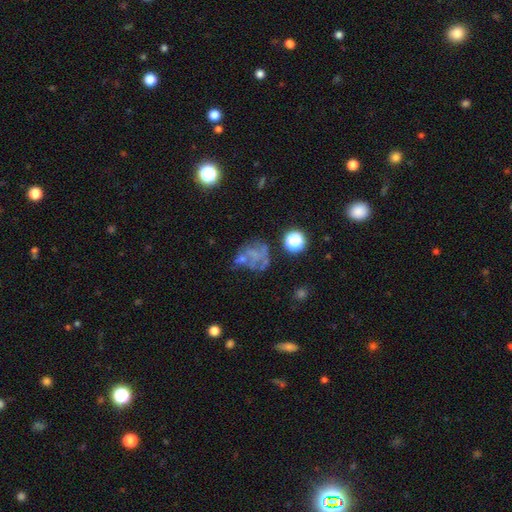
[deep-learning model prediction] Overall: featured or disk (50%; smooth 27%). Edge-on disk: no (98%). Merging: none (41%; major disturbance 30%).